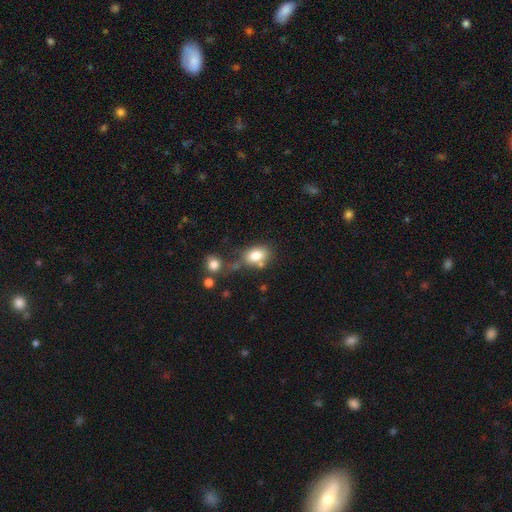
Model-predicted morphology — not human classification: smooth 80%, featured or disk 11%, star or artifact 9%. Down the decision tree: how rounded — in between (78%); merging — none (55%).